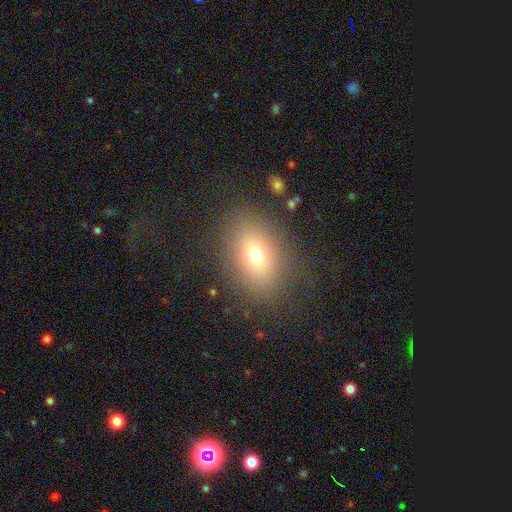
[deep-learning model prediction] Smooth or featured? smooth (71%)
How rounded? in between (72%)
Merging? none (81%)